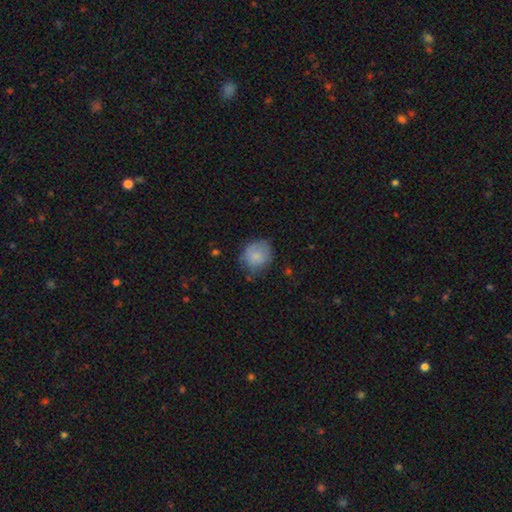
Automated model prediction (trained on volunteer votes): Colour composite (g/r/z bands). It shows a smooth galaxy with no disk features (78%) that is round (75%). Merging: none (65%).